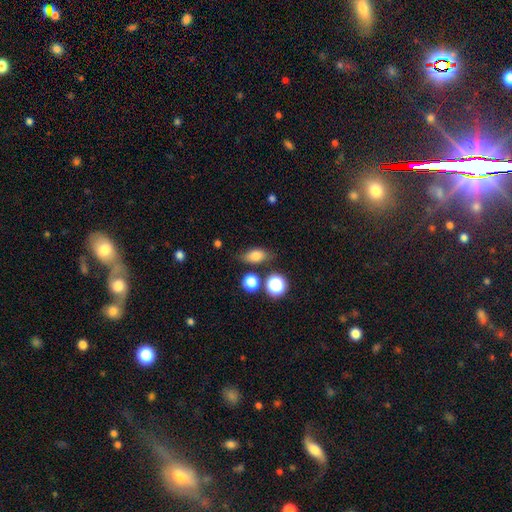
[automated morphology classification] smooth-or-featured: smooth: 75% | featured or disk: 14% | star or artifact: 11%
  how-rounded: in between: 76% | round: 17% | cigar-shaped: 8%
  merging: none: 72% | minor disturbance: 17% | merger: 6% | major disturbance: 5%